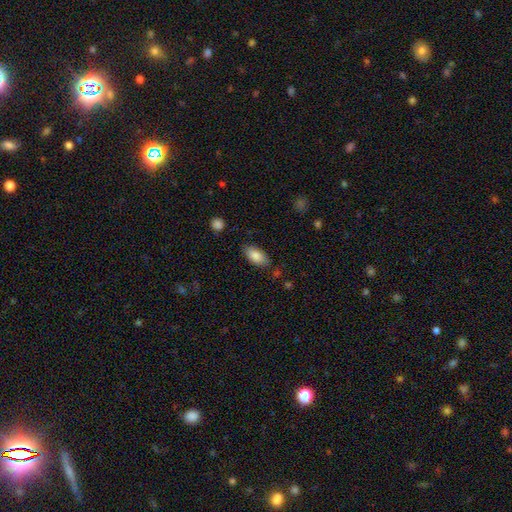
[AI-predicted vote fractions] smooth 85%, featured or disk 8%, star or artifact 7%. Down the decision tree: how rounded — in between (93%); merging — none (79%).